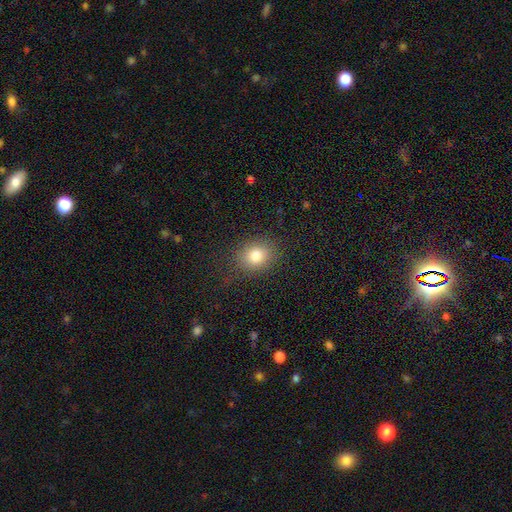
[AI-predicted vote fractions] The model was most divided on "how rounded": round: 56%, in between: 43%, cigar-shaped: 1%. More confident: merging — none (82%); smooth or featured — smooth (80%).